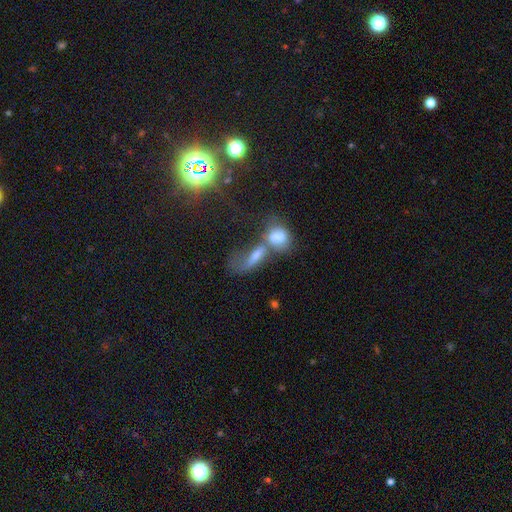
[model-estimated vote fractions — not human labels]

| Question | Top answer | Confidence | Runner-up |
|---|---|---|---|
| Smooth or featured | smooth | 61% | featured or disk (27%) |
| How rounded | in between | 62% | cigar-shaped (27%) |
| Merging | merger | 65% | none (14%) |